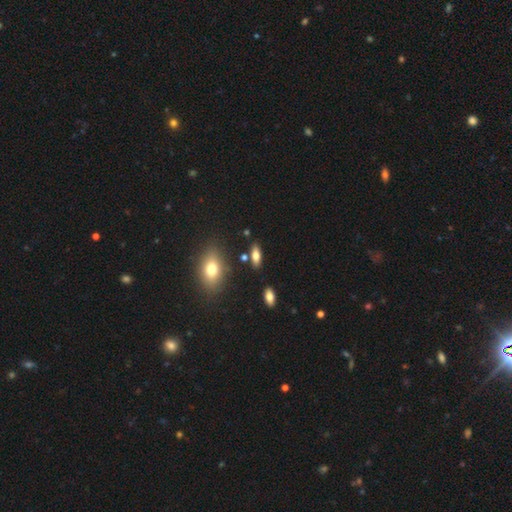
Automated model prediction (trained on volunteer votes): Smooth or featured? smooth (70%)
How rounded? in between (70%)
Merging? none (81%)